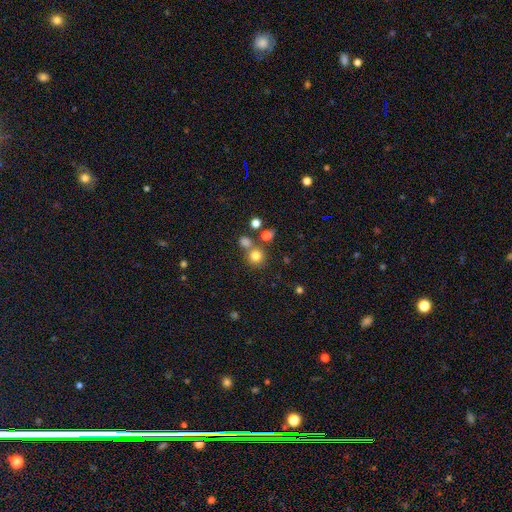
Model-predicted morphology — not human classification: Smooth or featured? Predicted: smooth (p=0.78). How rounded? Predicted: round (p=0.90). Merging? Predicted: none (p=0.67).